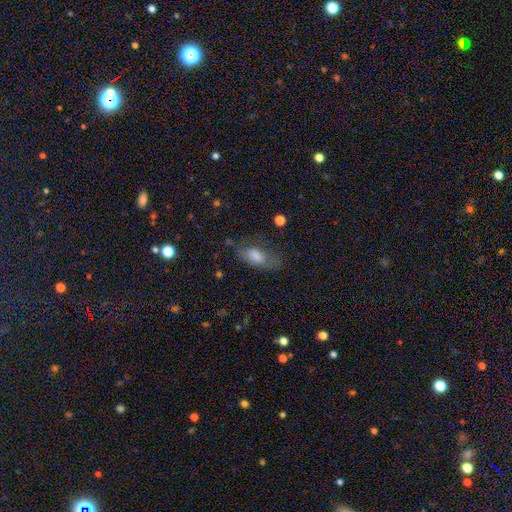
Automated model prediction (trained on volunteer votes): A smooth galaxy with no disk features (67%) that is in between round and cigar-shaped (85%).

Vote fractions:
- Smooth or featured? smooth: 67% / featured or disk: 22% / star or artifact: 12%
- How rounded? in between: 85% / cigar-shaped: 10% / round: 5%
- Merging? none: 60% / minor disturbance: 25% / major disturbance: 13% / merger: 2%